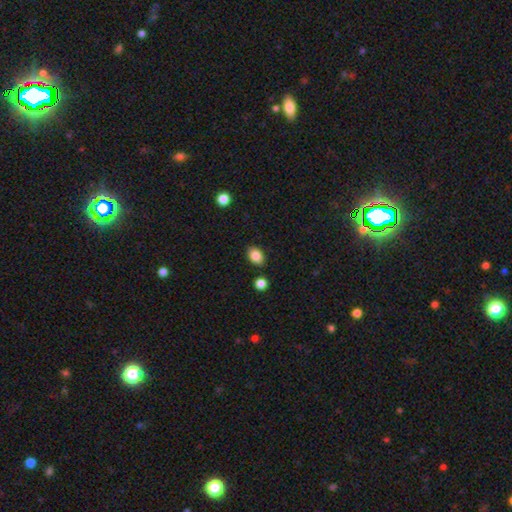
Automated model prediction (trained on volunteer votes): The model was most divided on "how rounded": in between: 74%, round: 24%, cigar-shaped: 1%. More confident: smooth or featured — smooth (86%); merging — none (85%).